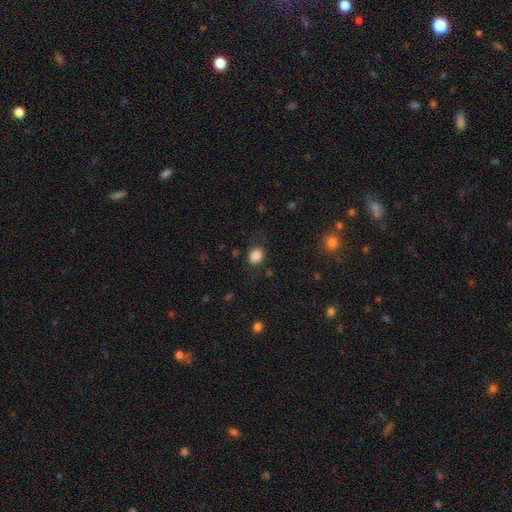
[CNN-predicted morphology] smooth 85%, star or artifact 10%, featured or disk 6%. Down the decision tree: how rounded — round (63%); merging — none (76%).